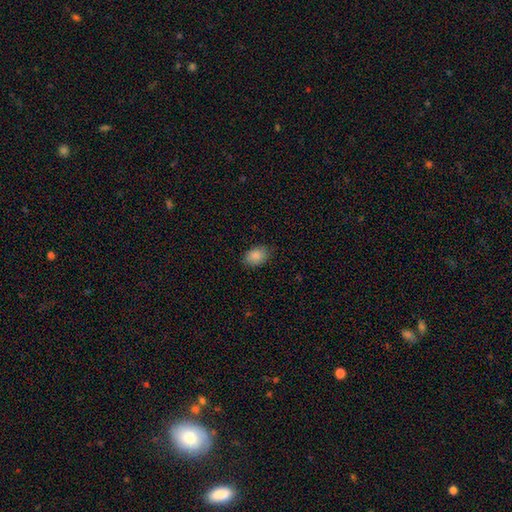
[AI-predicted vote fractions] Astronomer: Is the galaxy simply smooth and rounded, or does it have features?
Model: smooth — 88%.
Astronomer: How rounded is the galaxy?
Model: in between — 78%.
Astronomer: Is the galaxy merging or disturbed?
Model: none — 84%.